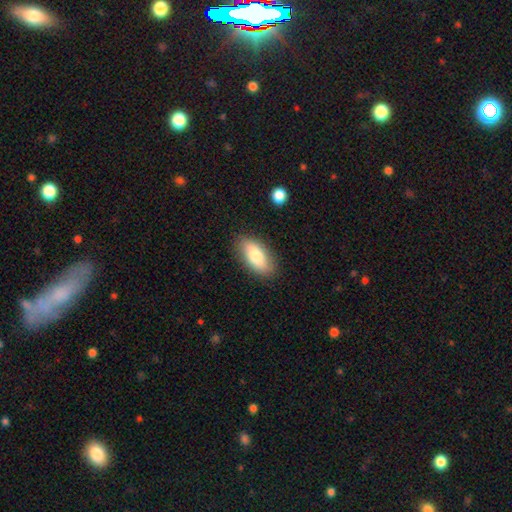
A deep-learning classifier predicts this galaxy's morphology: This is likely a smooth galaxy (79%). How rounded: clearly in between (88%). Merging: clearly none (86%).